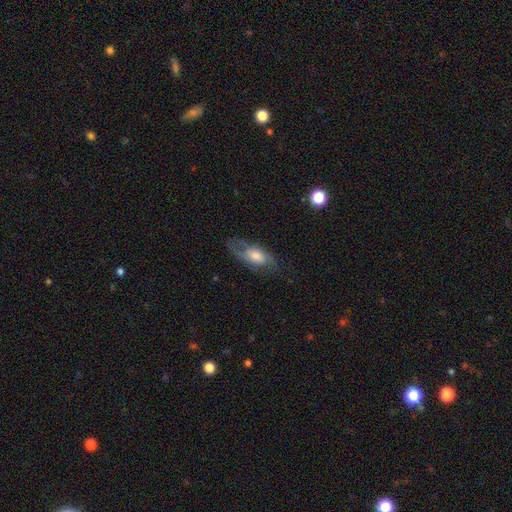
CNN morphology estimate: Smooth or featured: featured or disk — 56% (smooth — 36%)
Edge-on disk: no — 85% (yes — 15%)
Merging: none — 56% (minor disturbance — 24%)